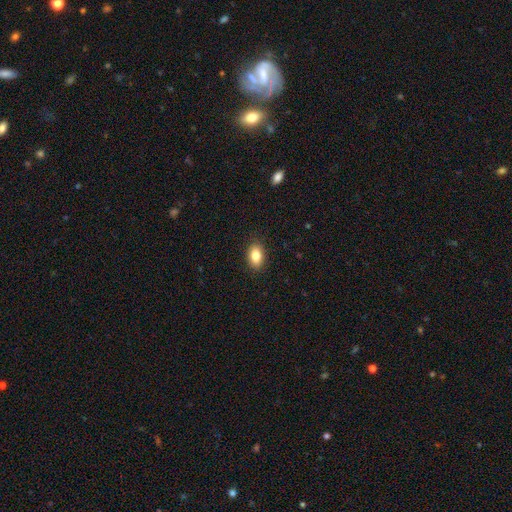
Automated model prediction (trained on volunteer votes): Q: Smooth or featured?
A: smooth (83%); runner-up: featured or disk (9%)
Q: How rounded?
A: in between (88%); runner-up: round (11%)
Q: Merging?
A: none (89%); runner-up: minor disturbance (8%)